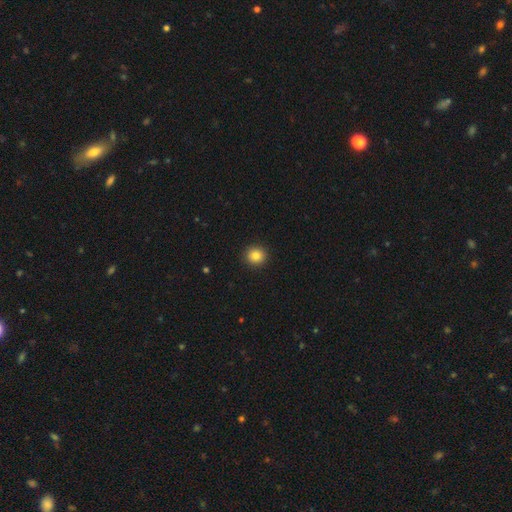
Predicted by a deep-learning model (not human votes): This appears to be a smooth galaxy with no disk features (83%) that is round (92%). Merging: none (93%).